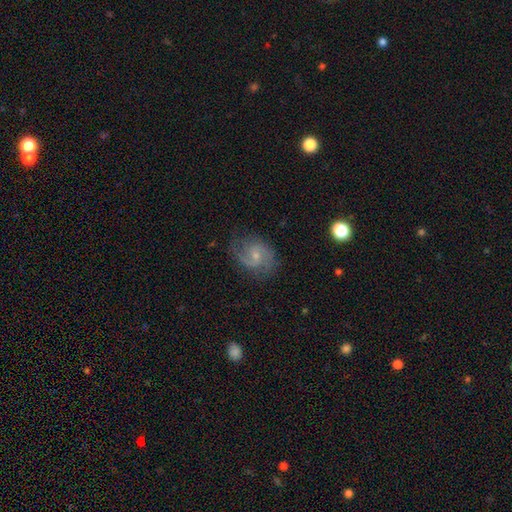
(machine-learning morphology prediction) Overall: featured or disk (84%). Edge-on disk: no (98%). Bar: no (50%; weak 44%). Spiral arms: yes (96%). Spiral arm count: 2 (85%). Spiral winding: medium (54%; loose 25%). Bulge size: small (63%; moderate 30%). Merging: none (74%).